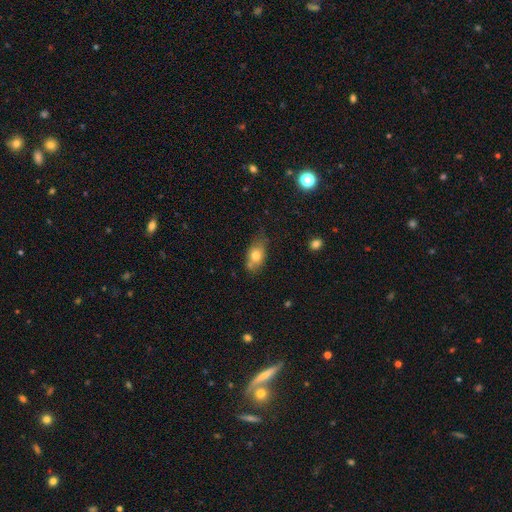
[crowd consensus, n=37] Smooth or featured? smooth (86%)
How rounded? in between (69%)
Merging? none (57%)